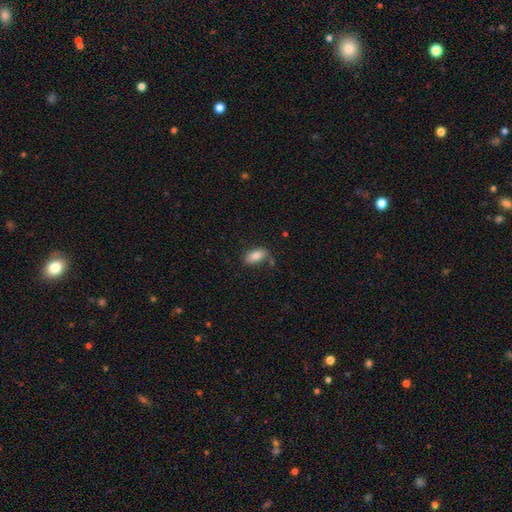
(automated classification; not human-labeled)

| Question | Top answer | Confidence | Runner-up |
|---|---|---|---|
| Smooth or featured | smooth | 84% | featured or disk (8%) |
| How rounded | in between | 92% | cigar-shaped (5%) |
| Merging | none | 75% | minor disturbance (15%) |